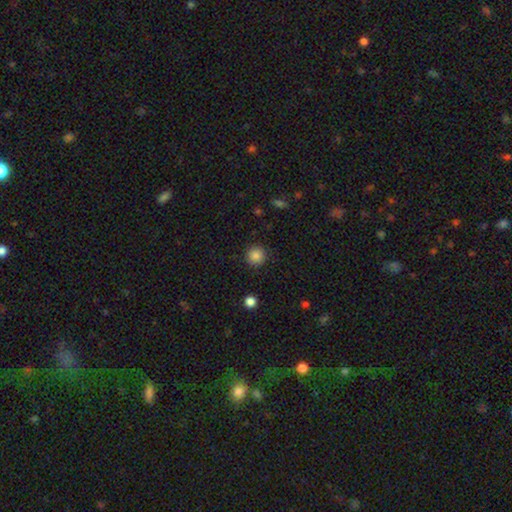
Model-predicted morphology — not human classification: Smooth or featured? smooth (86%)
How rounded? round (94%)
Merging? none (91%)